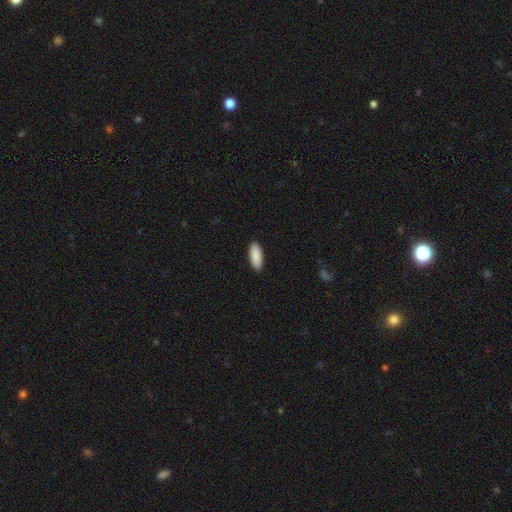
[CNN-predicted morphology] Smooth or featured: smooth — 91% (star or artifact — 5%)
How rounded: in between — 71% (cigar-shaped — 28%)
Merging: none — 91% (minor disturbance — 7%)